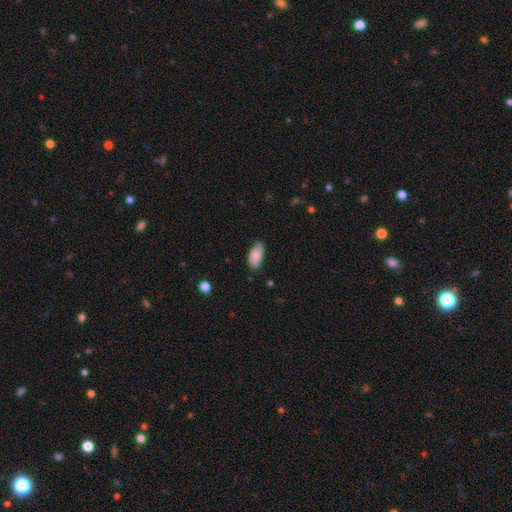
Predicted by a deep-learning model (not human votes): The model was most divided on "merging": none: 71%, minor disturbance: 24%, major disturbance: 4%, merger: 1%. More confident: how rounded — in between (93%); smooth or featured — smooth (79%).